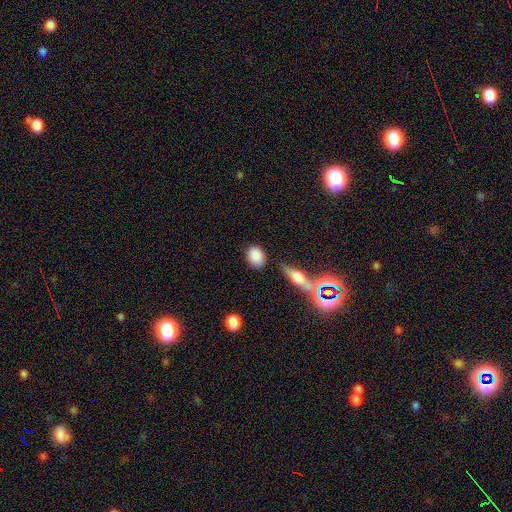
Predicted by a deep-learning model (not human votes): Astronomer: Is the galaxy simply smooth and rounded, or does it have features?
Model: smooth — 85%.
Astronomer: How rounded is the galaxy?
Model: in between — 68%.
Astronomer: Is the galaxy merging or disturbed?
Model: none — 79%.